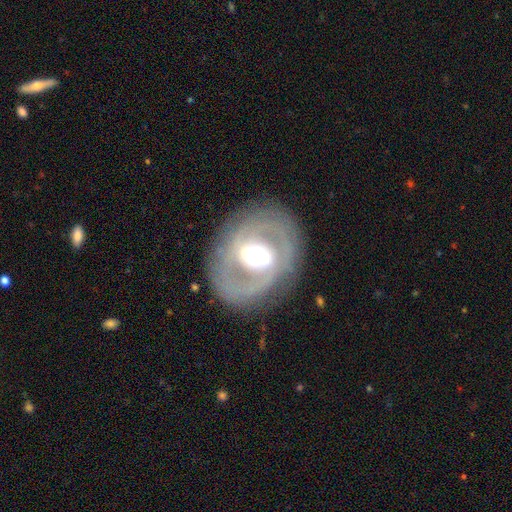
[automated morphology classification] Smooth or featured? featured or disk (76%)
Edge-on disk? no (94%)
Bar? strong (47%)
Spiral arms? yes (60%)
Bulge size? moderate (46%)
Merging? none (78%)